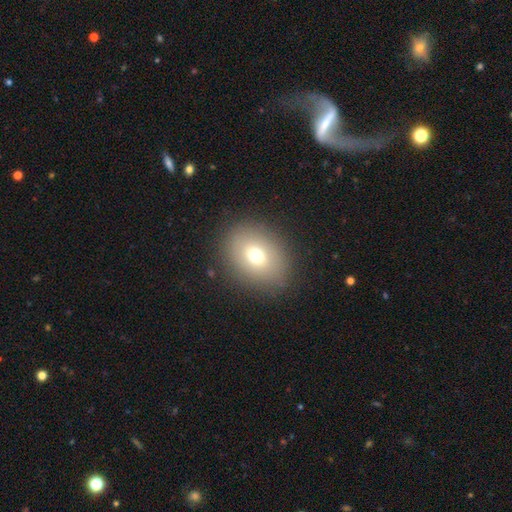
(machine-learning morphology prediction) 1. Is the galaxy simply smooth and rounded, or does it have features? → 70% smooth, 17% featured or disk, 13% star or artifact.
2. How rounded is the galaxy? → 58% in between, 41% round, 1% cigar-shaped.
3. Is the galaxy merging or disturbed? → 86% none, 9% minor disturbance, 4% major disturbance, 1% merger.